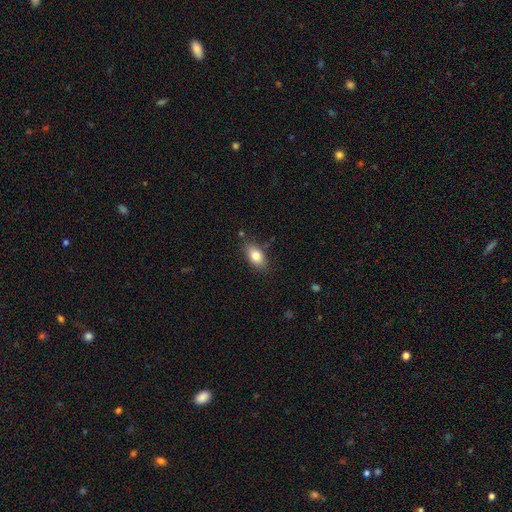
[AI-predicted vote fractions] smooth 80%, featured or disk 12%, star or artifact 8%. Down the decision tree: how rounded — in between (88%); merging — none (80%).